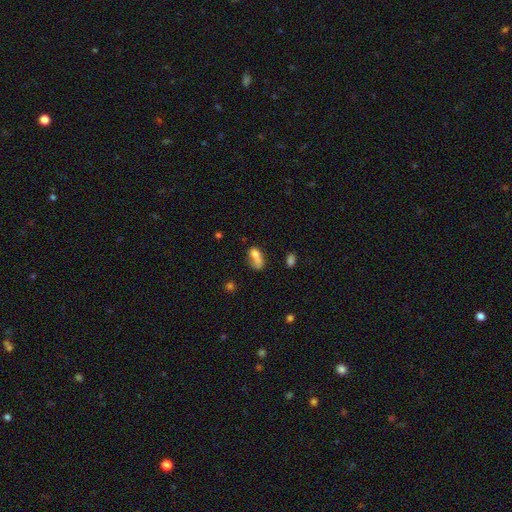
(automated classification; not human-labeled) smooth-or-featured: smooth: 69% | featured or disk: 20% | star or artifact: 11%
  how-rounded: in between: 78% | round: 12% | cigar-shaped: 10%
  merging: merger: 30% | none: 27% | major disturbance: 22% | minor disturbance: 21%